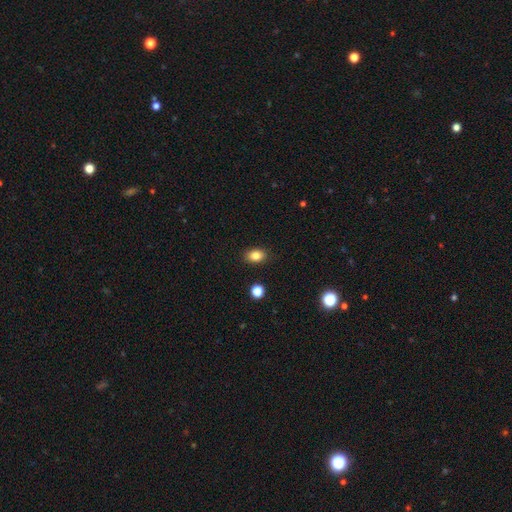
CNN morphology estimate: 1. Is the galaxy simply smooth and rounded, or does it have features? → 84% smooth, 10% star or artifact, 6% featured or disk.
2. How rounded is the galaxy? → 75% in between, 23% round, 1% cigar-shaped.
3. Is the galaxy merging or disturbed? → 88% none, 9% minor disturbance, 2% major disturbance, 2% merger.